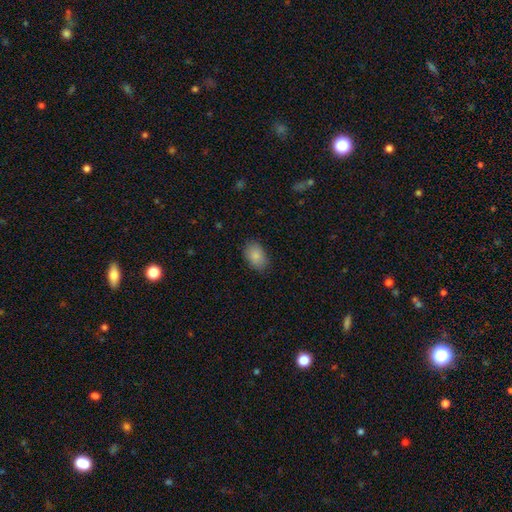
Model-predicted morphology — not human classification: This appears to be a smooth galaxy with no disk features (88%) that is in between round and cigar-shaped (85%). Merging: none (84%).